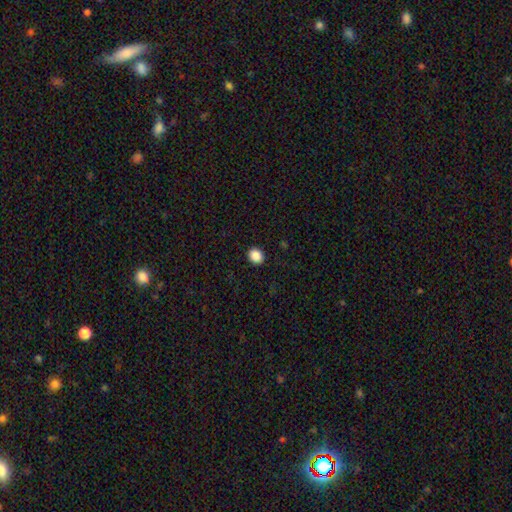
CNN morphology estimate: type=smooth (88%); roundness=round (62%); merging=none (92%).